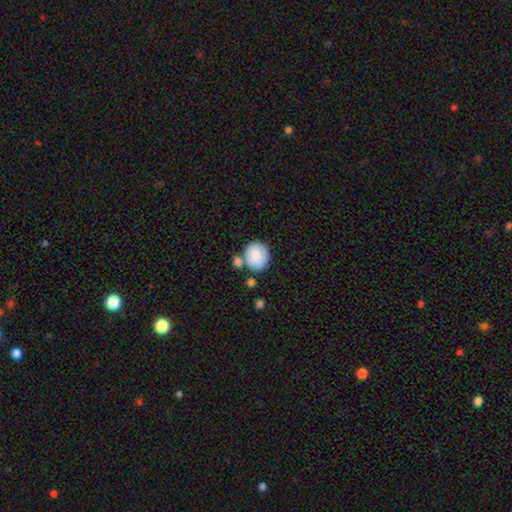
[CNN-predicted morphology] smooth_or_featured: smooth (p=0.82) [alt: featured or disk p=0.12]
how_rounded: round (p=0.77) [alt: in between p=0.22]
merging: none (p=0.57) [alt: merger p=0.22]